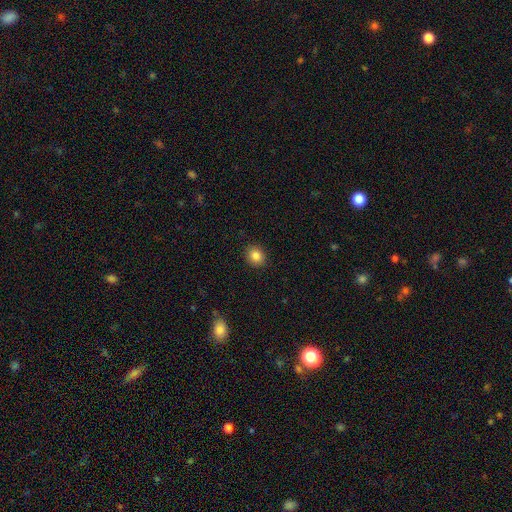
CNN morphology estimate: A smooth galaxy with no disk features (84%) that is round (75%).

Vote fractions:
- Smooth or featured? smooth: 84% / star or artifact: 10% / featured or disk: 5%
- How rounded? round: 75% / in between: 24% / cigar-shaped: 1%
- Merging? none: 91% / minor disturbance: 6% / major disturbance: 2% / merger: 1%